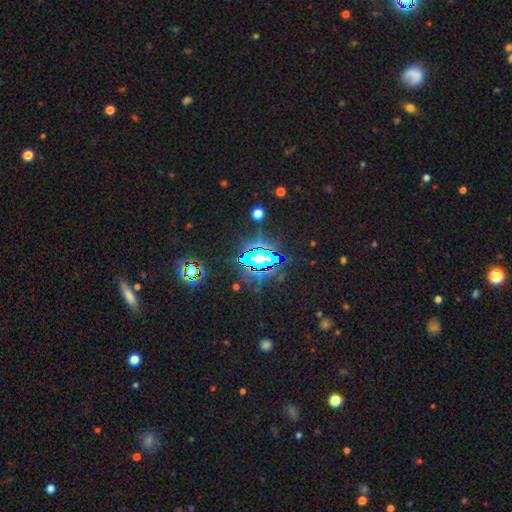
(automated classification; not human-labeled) Smooth or featured?
  - star or artifact: 65% *
  - smooth: 21%
  - featured or disk: 14%